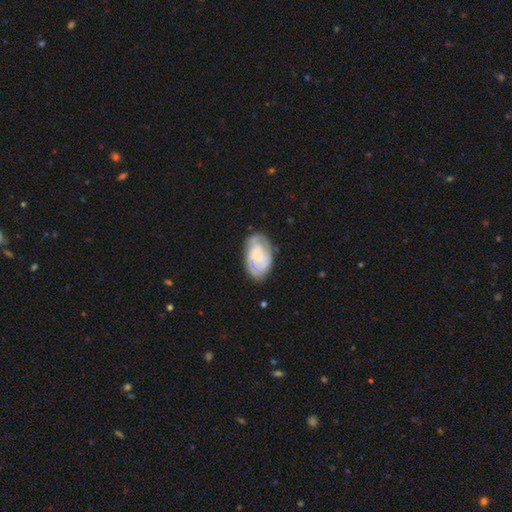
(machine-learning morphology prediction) A featured or disk galaxy (53%) with no bar (58%), spiral arms (78%) and a small central bulge (37%). Merging: none (67%).